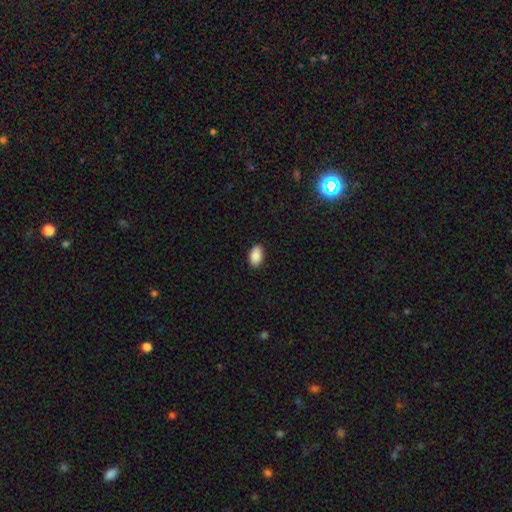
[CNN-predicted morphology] Smooth or featured? smooth (89%)
How rounded? in between (93%)
Merging? none (88%)